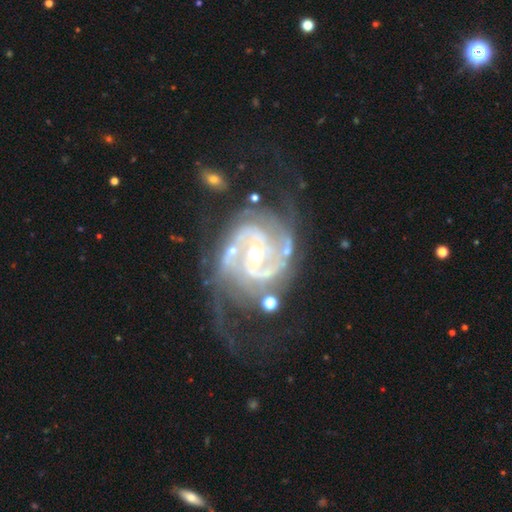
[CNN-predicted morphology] A featured or disk galaxy (91%) with no bar (45%), 2 (68%) tight (49%) spiral arms (98%) and a moderate central bulge (55%).

Vote fractions:
- Smooth or featured? featured or disk: 91% / star or artifact: 5% / smooth: 3%
- Edge-on disk? no: 98% / yes: 2%
- Bar? no: 45% / weak: 38% / strong: 18%
- Spiral arms? yes: 98% / no: 2%
- Spiral winding? tight: 49% / medium: 41% / loose: 11%
- Spiral arm count? 2: 68% / can't tell: 11% / 3: 10% / 4: 4% / 1: 4% / more than 4: 4%
- Bulge size? moderate: 55% / small: 39% / large: 4% / none: 1% / dominant: 1%
- Merging? none: 47% / major disturbance: 25% / minor disturbance: 21% / merger: 7%